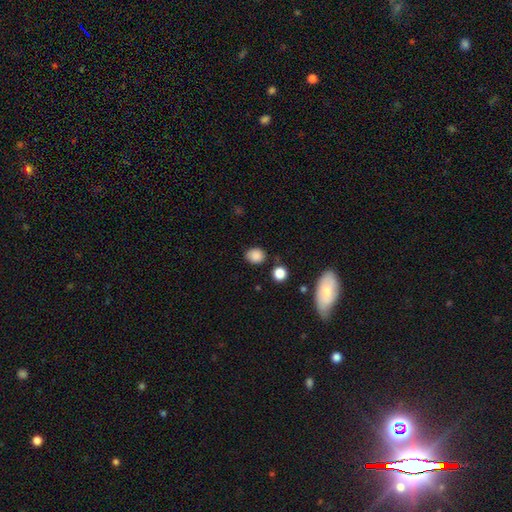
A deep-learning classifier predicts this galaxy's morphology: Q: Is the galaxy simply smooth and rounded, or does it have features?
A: smooth — 86%.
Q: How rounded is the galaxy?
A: round — 62%.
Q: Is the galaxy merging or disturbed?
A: none — 79%.